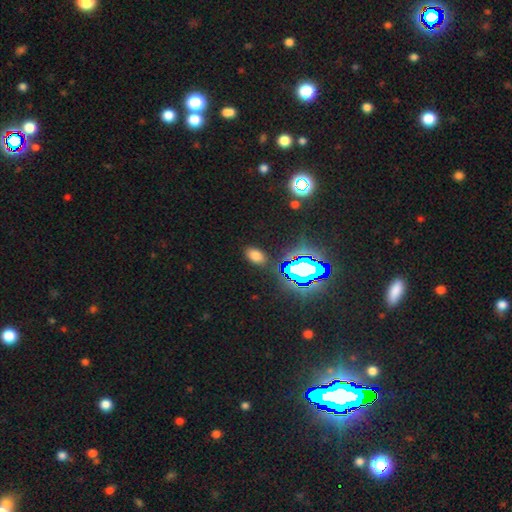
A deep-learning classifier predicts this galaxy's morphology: The model was most divided on "smooth or featured": smooth: 65%, star or artifact: 28%, featured or disk: 7%. More confident: how rounded — in between (88%); merging — none (86%).